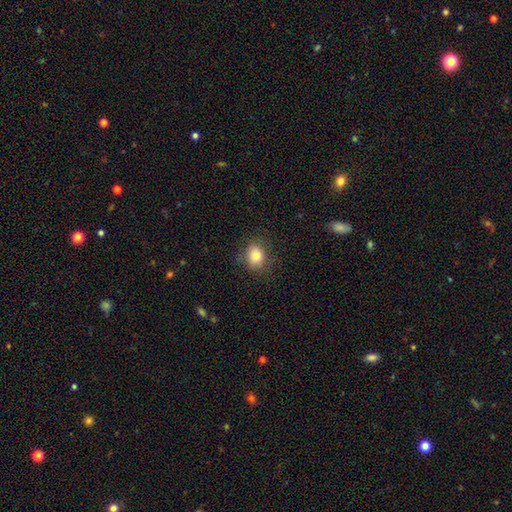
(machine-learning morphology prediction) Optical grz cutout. It shows a smooth galaxy with no disk features (82%) that is round (61%). Merging: none (80%).